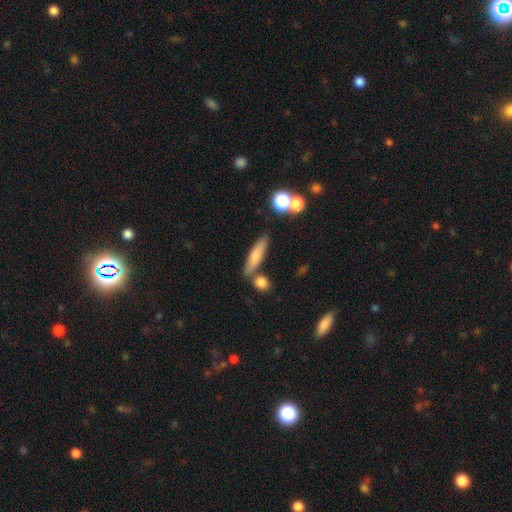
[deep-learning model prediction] Q: Smooth or featured?
A: smooth (72%); runner-up: featured or disk (21%)
Q: How rounded?
A: cigar-shaped (72%); runner-up: in between (25%)
Q: Merging?
A: none (71%); runner-up: merger (13%)